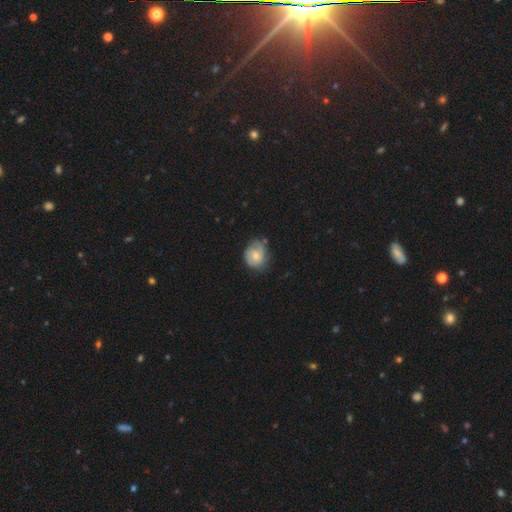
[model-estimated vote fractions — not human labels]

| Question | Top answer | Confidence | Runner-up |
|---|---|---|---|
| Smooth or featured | smooth | 53% | featured or disk (40%) |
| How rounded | round | 62% | in between (37%) |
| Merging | none | 57% | minor disturbance (31%) |